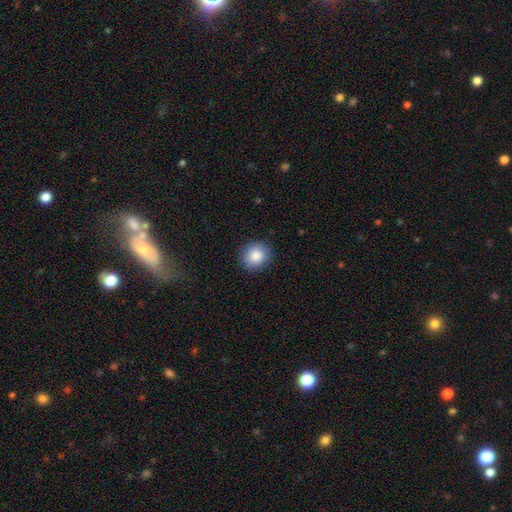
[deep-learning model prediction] Overall: smooth (87%). How rounded: round (82%). Merging: none (89%).